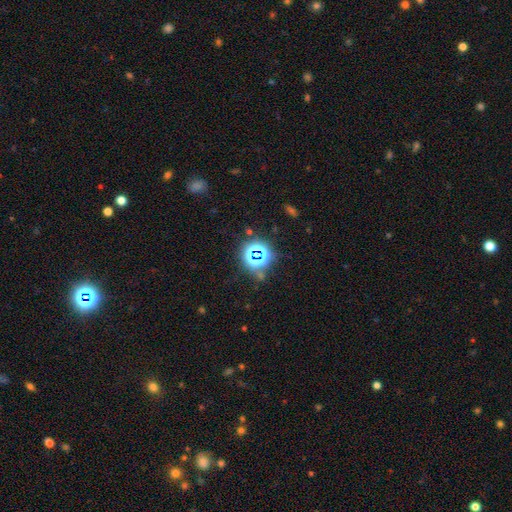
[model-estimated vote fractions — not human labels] This appears to be a star or artifact, not a galaxy (72%).